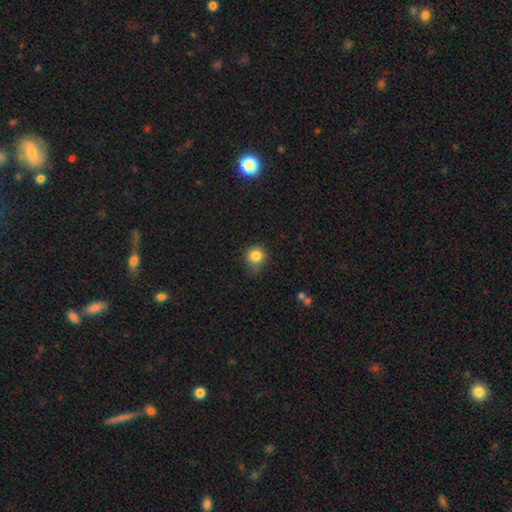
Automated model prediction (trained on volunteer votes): A smooth galaxy with no disk features (83%) that is round (86%).

Vote fractions:
- Smooth or featured? smooth: 83% / star or artifact: 11% / featured or disk: 5%
- How rounded? round: 86% / in between: 13% / cigar-shaped: 1%
- Merging? none: 63% / minor disturbance: 28% / major disturbance: 6% / merger: 3%